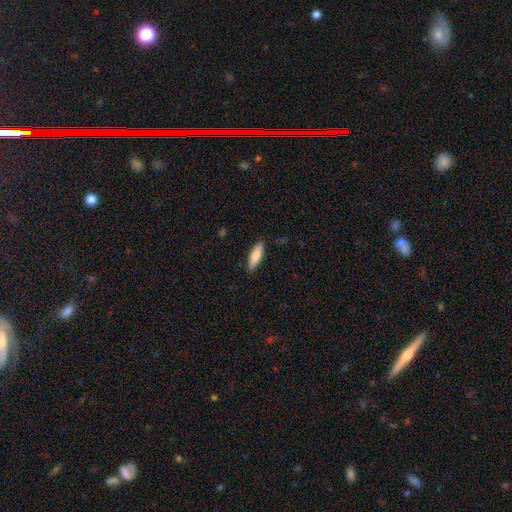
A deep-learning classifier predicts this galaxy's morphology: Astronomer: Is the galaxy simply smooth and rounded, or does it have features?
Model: smooth — 78%.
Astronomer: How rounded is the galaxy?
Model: cigar-shaped — 52% (runner-up: in between, 47%).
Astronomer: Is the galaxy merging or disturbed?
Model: none — 88%.